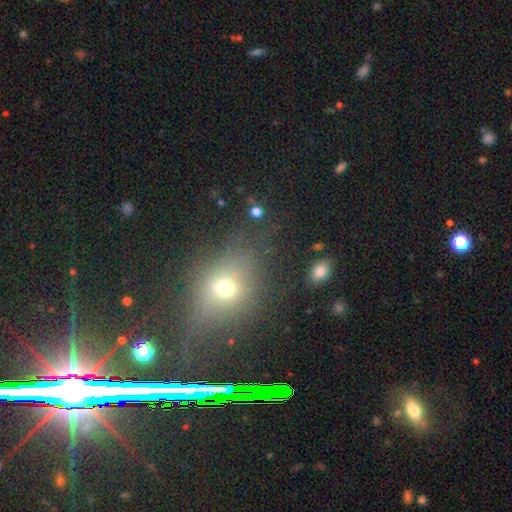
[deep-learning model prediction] Smooth or featured?
  - star or artifact: 46% *
  - smooth: 38%
  - featured or disk: 16%